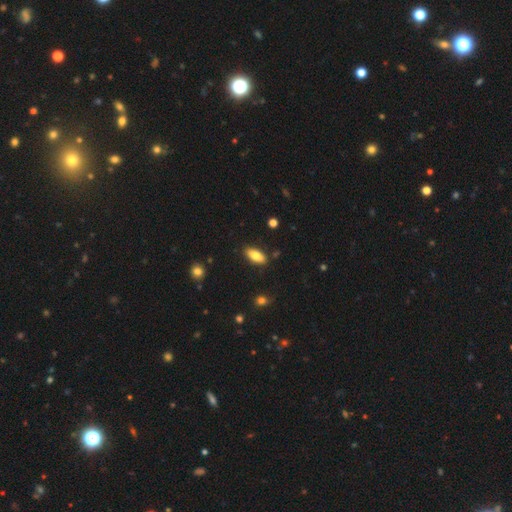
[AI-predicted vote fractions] Smooth or featured: smooth — 81% (featured or disk — 12%)
How rounded: in between — 83% (cigar-shaped — 15%)
Merging: none — 86% (minor disturbance — 10%)